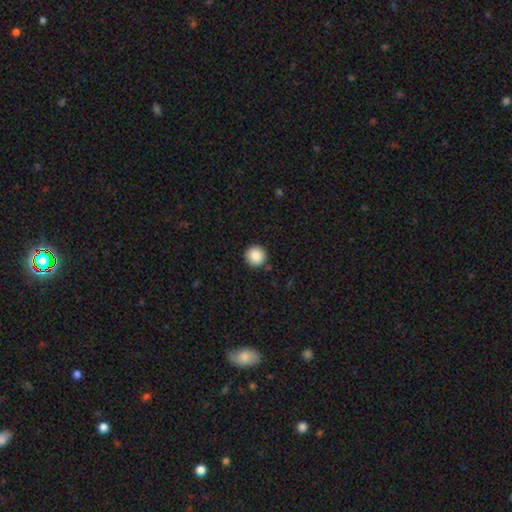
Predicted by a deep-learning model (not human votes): A smooth galaxy with no disk features (88%) that is round (95%). Merging: none (91%).